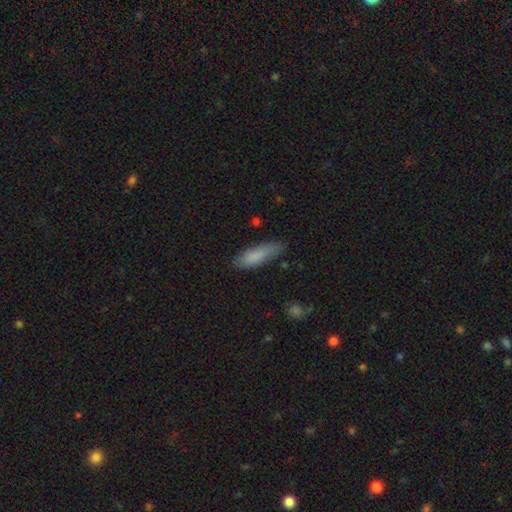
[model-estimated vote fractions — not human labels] A smooth galaxy with no disk features (84%) that is cigar-shaped (54%). Merging: none (78%).